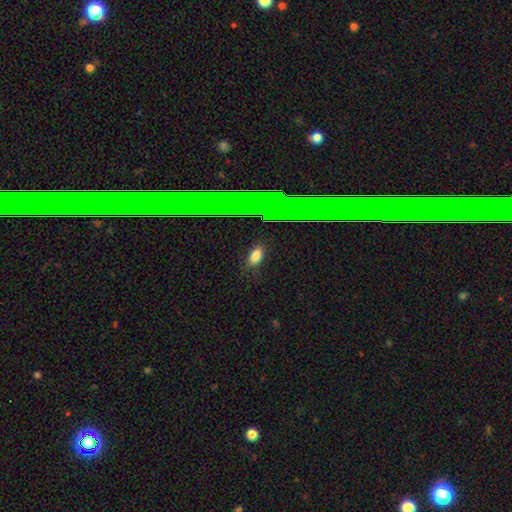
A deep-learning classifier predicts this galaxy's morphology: Smooth or featured? smooth (78%)
How rounded? in between (87%)
Merging? none (83%)